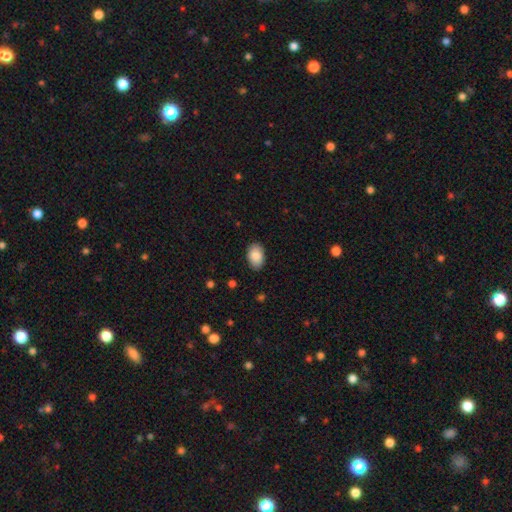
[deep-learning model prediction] smooth 89%, star or artifact 7%, featured or disk 5%. Down the decision tree: how rounded — in between (90%); merging — none (87%).